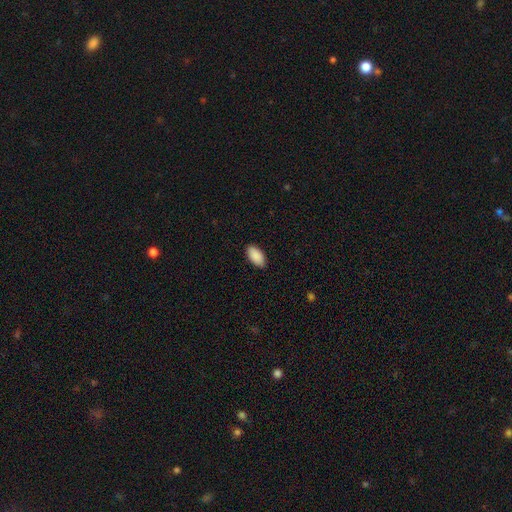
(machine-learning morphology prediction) This is clearly a smooth galaxy (90%). How rounded: clearly in between (95%). Merging: clearly none (88%).